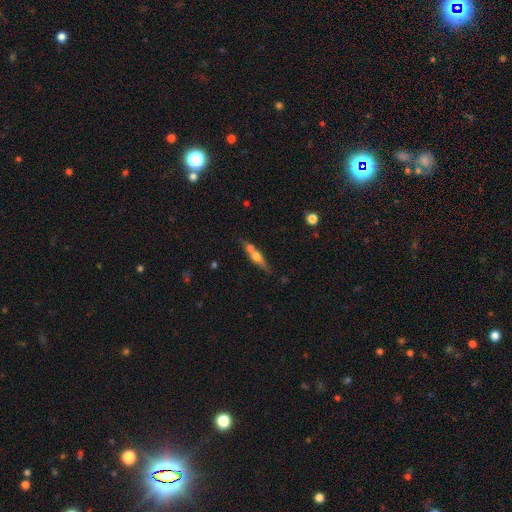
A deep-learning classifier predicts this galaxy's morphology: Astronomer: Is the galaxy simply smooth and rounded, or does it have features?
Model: featured or disk — 54% (runner-up: smooth, 38%).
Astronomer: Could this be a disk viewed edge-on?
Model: yes — 88%.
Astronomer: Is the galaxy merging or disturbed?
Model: none — 55%.